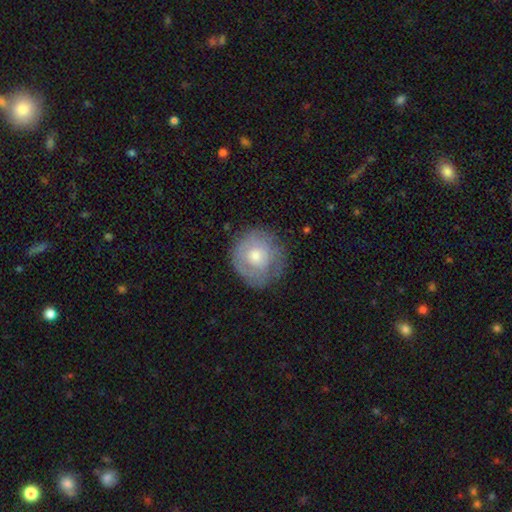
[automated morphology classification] Overall: smooth (54%; featured or disk 39%). How rounded: round (89%). Merging: none (72%).